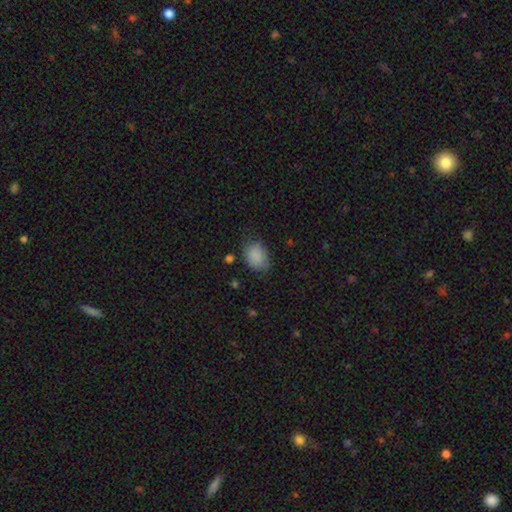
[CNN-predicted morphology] The model was most divided on "how rounded": in between: 68%, round: 31%, cigar-shaped: 1%. More confident: smooth or featured — smooth (86%); merging — none (68%).